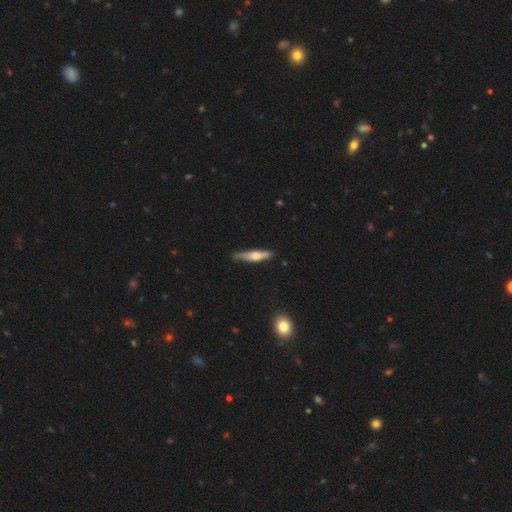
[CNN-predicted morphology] A featured or disk galaxy (47%, tied with smooth).

Vote fractions:
- Smooth or featured? featured or disk: 47% (tied) / smooth: 47% (tied) / star or artifact: 6%
- Merging? none: 75% / minor disturbance: 19% / major disturbance: 4% / merger: 2%